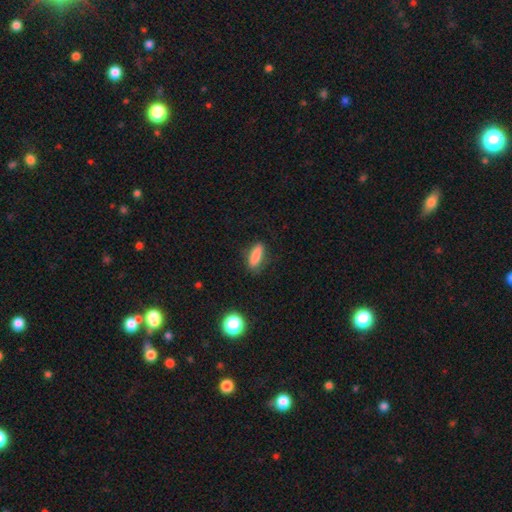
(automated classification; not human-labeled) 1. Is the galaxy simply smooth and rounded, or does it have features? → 85% smooth, 8% star or artifact, 7% featured or disk.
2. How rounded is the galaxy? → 52% in between, 45% cigar-shaped, 3% round.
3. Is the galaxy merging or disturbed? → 81% none, 14% minor disturbance, 4% major disturbance, 2% merger.